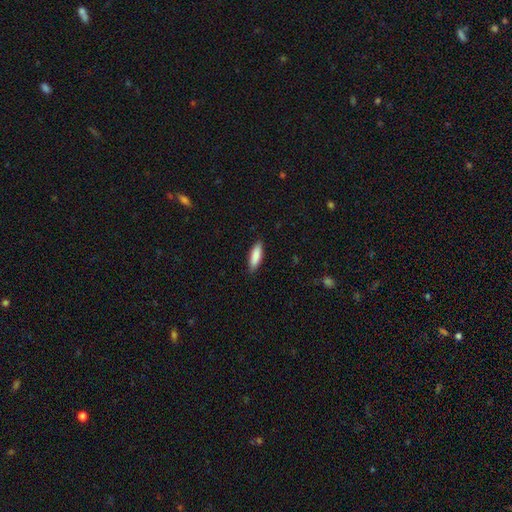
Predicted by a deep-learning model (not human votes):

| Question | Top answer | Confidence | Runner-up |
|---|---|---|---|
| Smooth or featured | smooth | 87% | featured or disk (8%) |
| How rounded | in between | 50% | cigar-shaped (48%) |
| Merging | none | 87% | minor disturbance (10%) |